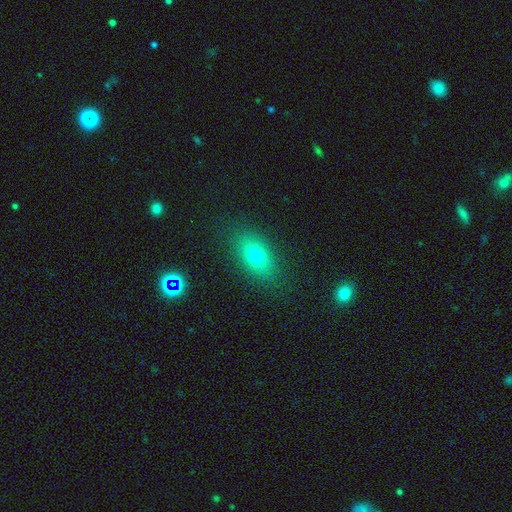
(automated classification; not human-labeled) This appears to be a smooth galaxy with no disk features (75%) that is in between round and cigar-shaped (83%). Merging: none (85%).